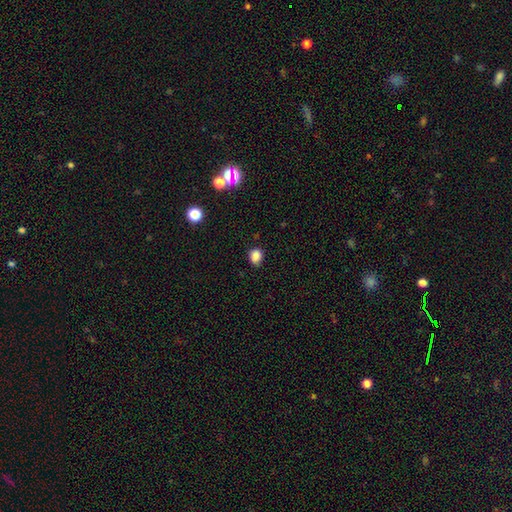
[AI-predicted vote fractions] smooth_or_featured: smooth (p=0.84) [alt: star or artifact p=0.12]
how_rounded: round (p=0.61) [alt: in between p=0.38]
merging: none (p=0.73) [alt: minor disturbance p=0.22]